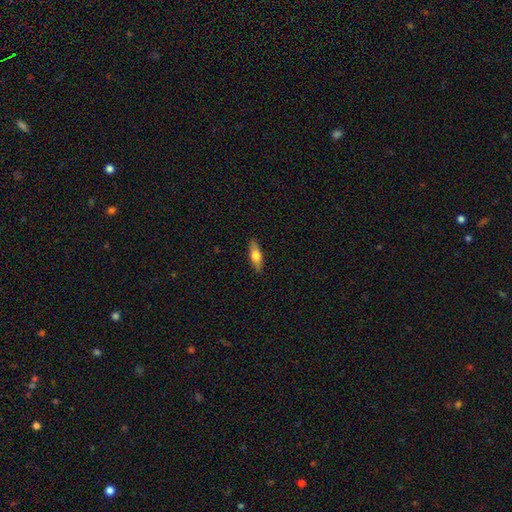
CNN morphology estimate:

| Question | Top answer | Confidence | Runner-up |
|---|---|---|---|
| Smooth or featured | smooth | 59% | featured or disk (34%) |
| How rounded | in between | 53% | cigar-shaped (44%) |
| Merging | none | 87% | minor disturbance (10%) |